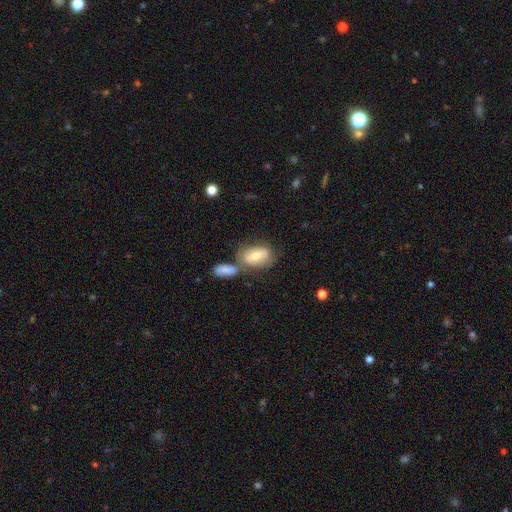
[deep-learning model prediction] This appears to be a smooth galaxy with no disk features (56%) that is in between round and cigar-shaped (86%). Merging: none (40%).